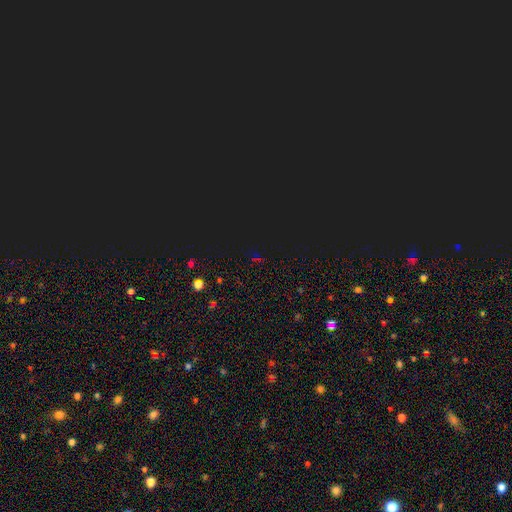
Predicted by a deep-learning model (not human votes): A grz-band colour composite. It shows a star or artifact, not a galaxy (76%).